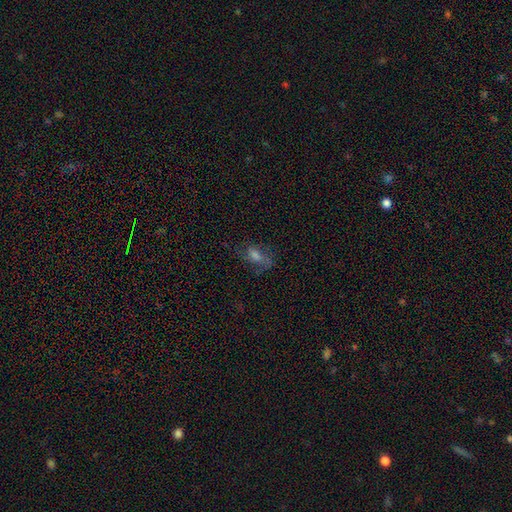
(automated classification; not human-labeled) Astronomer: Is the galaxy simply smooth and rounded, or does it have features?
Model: smooth — 42% (runner-up: featured or disk, 35%).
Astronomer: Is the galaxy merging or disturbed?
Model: none — 58%.